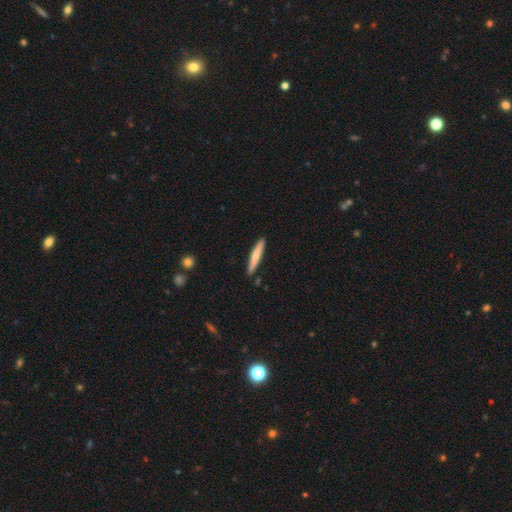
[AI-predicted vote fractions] Smooth or featured: smooth — 71% (featured or disk — 24%)
How rounded: cigar-shaped — 93% (in between — 5%)
Merging: none — 88% (minor disturbance — 9%)